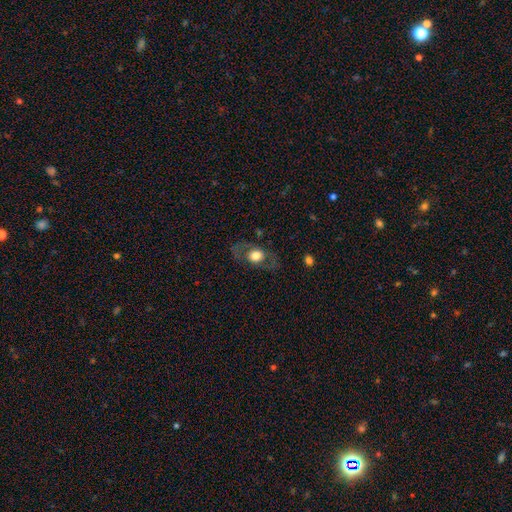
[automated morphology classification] smooth 51%, featured or disk 42%, star or artifact 8%. Down the decision tree: how rounded — in between (60%); merging — none (78%).